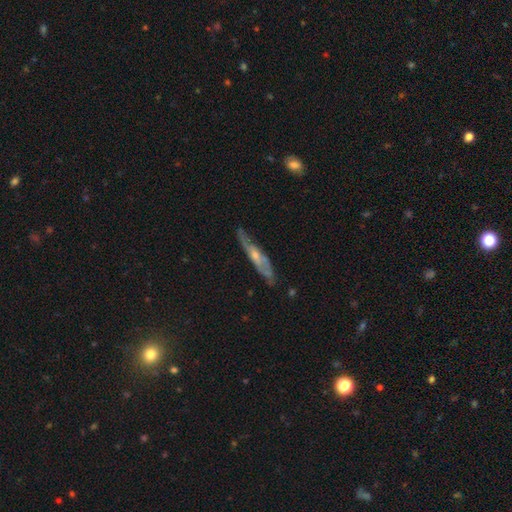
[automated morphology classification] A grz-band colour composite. It shows a featured or disk galaxy (70%) viewed edge-on (61%). Merging: none (70%).